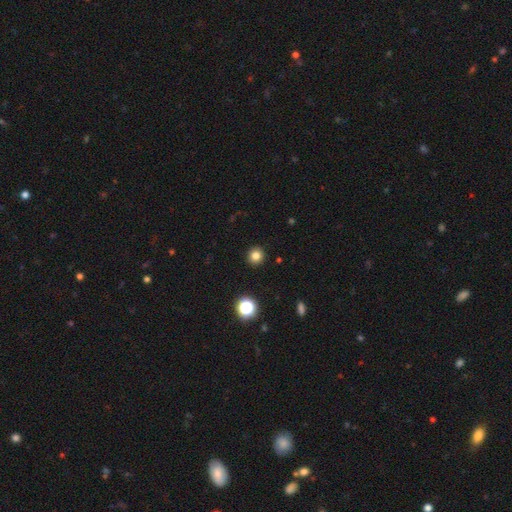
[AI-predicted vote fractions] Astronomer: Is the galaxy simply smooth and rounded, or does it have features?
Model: smooth — 81%.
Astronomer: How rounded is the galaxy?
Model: round — 94%.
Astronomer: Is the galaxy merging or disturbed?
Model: none — 93%.